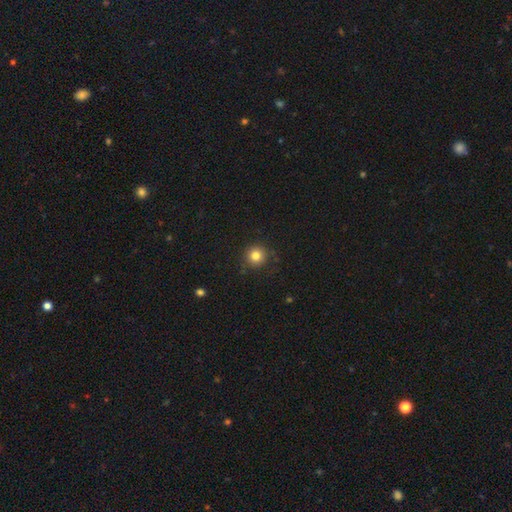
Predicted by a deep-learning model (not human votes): Q: Smooth or featured?
A: smooth (82%); runner-up: star or artifact (12%)
Q: How rounded?
A: round (94%); runner-up: in between (5%)
Q: Merging?
A: none (88%); runner-up: minor disturbance (9%)